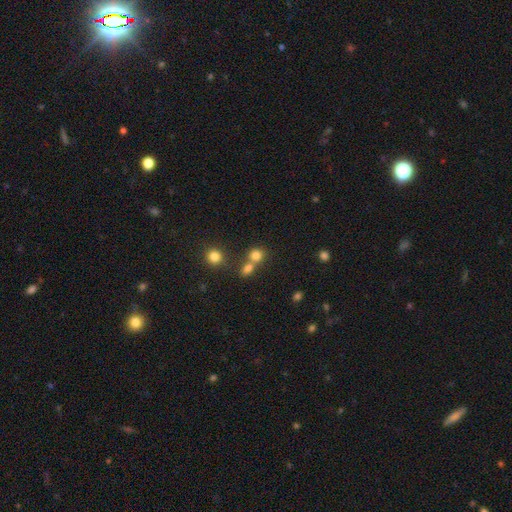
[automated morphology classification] Smooth or featured? smooth (78%)
How rounded? round (77%)
Merging? none (46%)